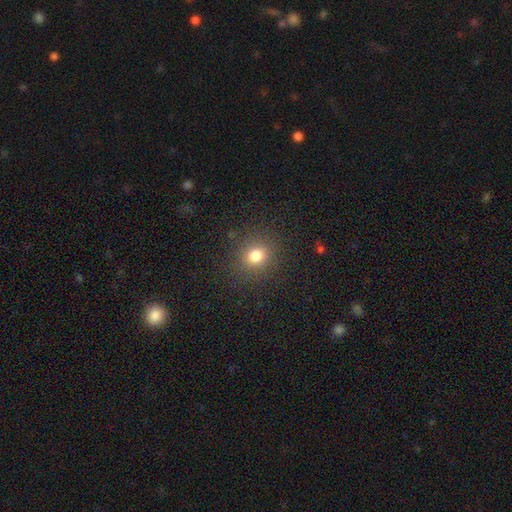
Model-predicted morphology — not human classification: smooth-or-featured: smooth: 79% | star or artifact: 15% | featured or disk: 6%
  how-rounded: round: 82% | in between: 17% | cigar-shaped: 1%
  merging: none: 88% | minor disturbance: 8% | major disturbance: 3% | merger: 1%